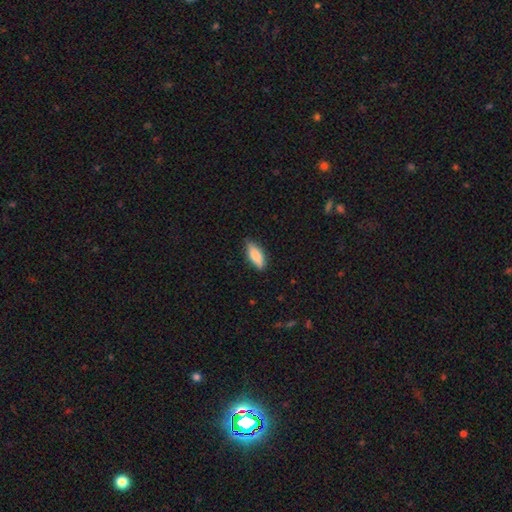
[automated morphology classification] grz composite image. It shows a smooth galaxy with no disk features (80%) that is in between round and cigar-shaped (69%). Merging: none (82%).